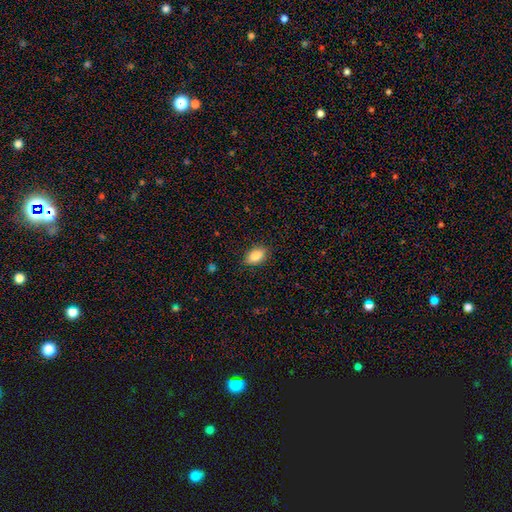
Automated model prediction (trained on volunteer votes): smooth-or-featured: smooth: 86% | star or artifact: 8% | featured or disk: 7%
  how-rounded: in between: 89% | round: 9% | cigar-shaped: 2%
  merging: none: 86% | minor disturbance: 10% | major disturbance: 2% | merger: 1%